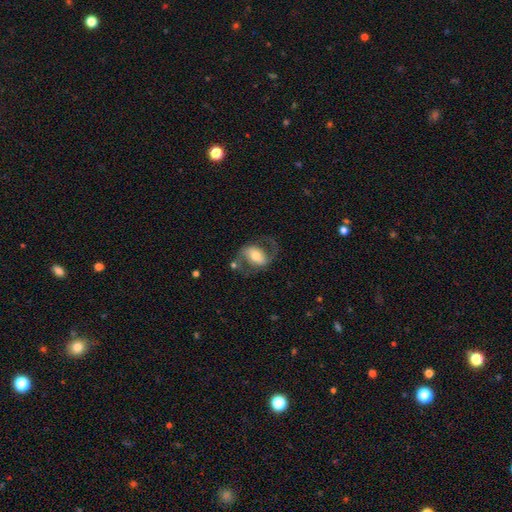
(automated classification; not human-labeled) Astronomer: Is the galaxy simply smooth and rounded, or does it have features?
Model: featured or disk — 70%.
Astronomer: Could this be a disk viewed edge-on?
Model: no — 96%.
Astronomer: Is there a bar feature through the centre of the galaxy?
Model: weak — 36% (runner-up: no, 33%).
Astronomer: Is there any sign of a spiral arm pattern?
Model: yes — 86%.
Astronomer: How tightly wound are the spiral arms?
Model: medium — 49% (runner-up: loose, 38%).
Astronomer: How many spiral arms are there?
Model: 2 — 88%.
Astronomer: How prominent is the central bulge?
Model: moderate — 59%.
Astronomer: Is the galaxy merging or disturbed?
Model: none — 62%.